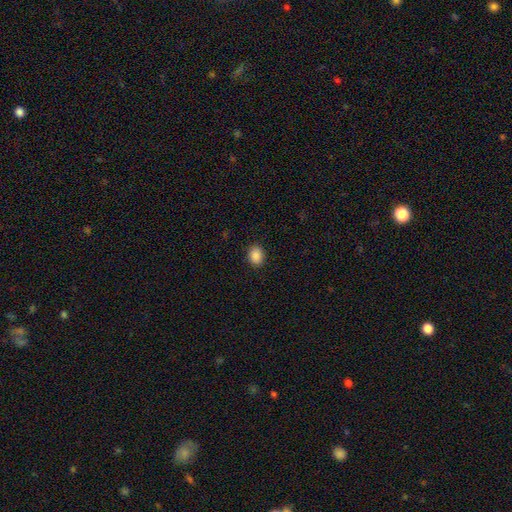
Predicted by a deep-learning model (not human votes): A smooth galaxy with no disk features (88%) that is in between round and cigar-shaped (57%). Merging: none (90%).